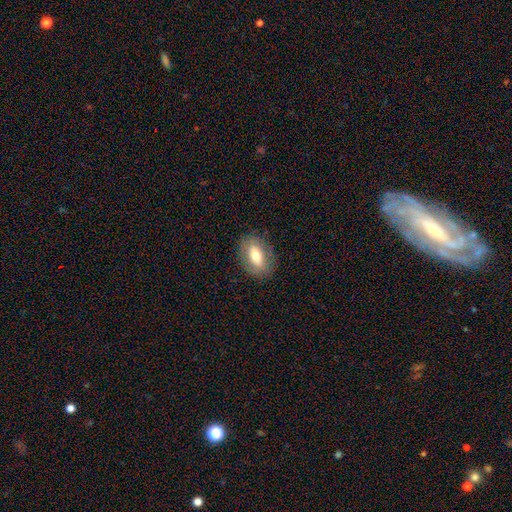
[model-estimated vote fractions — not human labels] Overall: smooth (64%; featured or disk 29%). How rounded: in between (87%). Merging: none (84%).